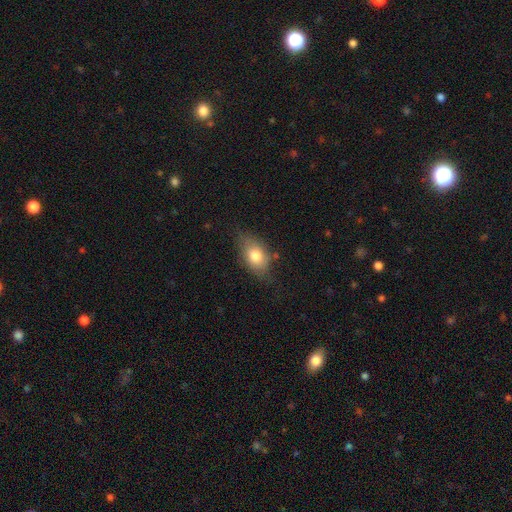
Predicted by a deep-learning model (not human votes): This appears to be a smooth galaxy with no disk features (74%) that is in between round and cigar-shaped (80%). Merging: none (62%).